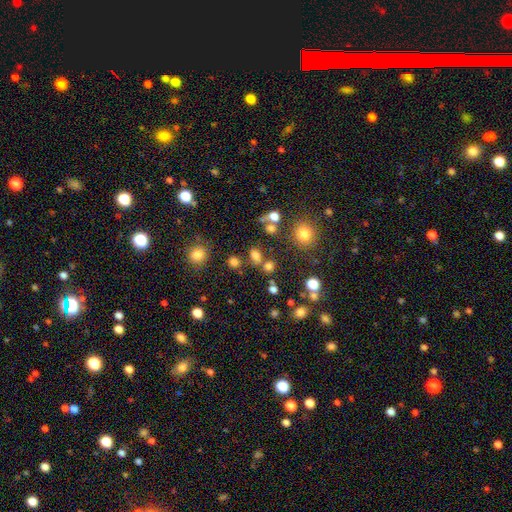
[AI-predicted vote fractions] The model was most divided on "how rounded": round: 51%, in between: 47%, cigar-shaped: 2%. More confident: smooth or featured — smooth (73%); merging — none (65%).